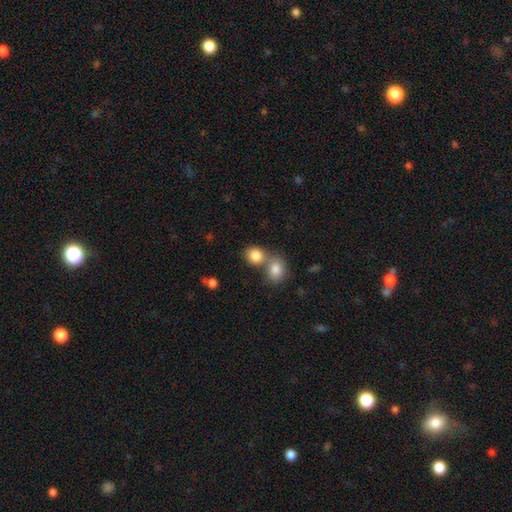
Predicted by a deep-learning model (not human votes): The model was most divided on "merging": merger: 52%, none: 39%, minor disturbance: 7%, major disturbance: 3%. More confident: smooth or featured — smooth (84%); how rounded — round (66%).